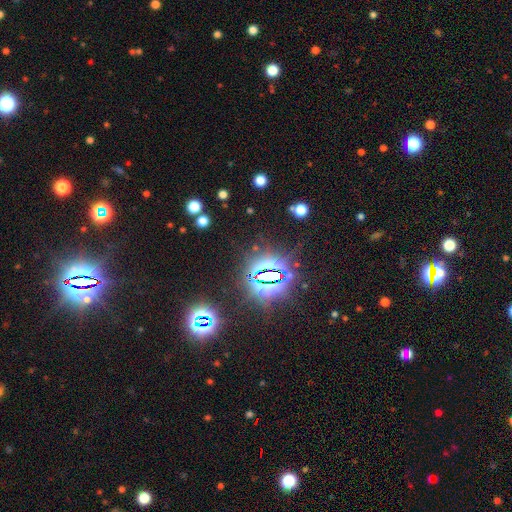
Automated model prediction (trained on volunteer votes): Morphology: type=star or artifact (84%).